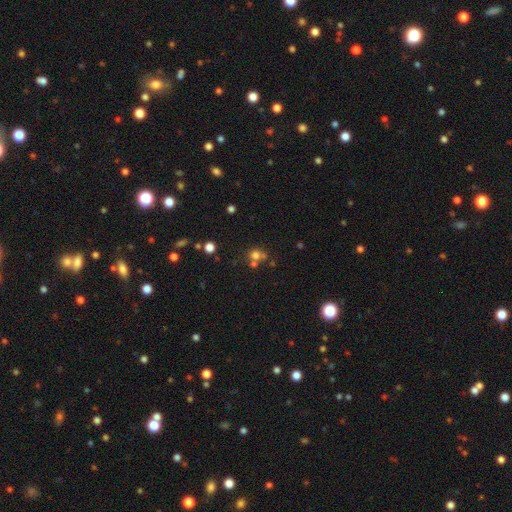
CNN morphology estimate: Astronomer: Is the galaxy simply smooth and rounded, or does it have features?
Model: smooth — 68%.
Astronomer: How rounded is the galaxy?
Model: round — 81%.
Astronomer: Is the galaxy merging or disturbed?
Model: none — 50% (runner-up: merger, 36%).